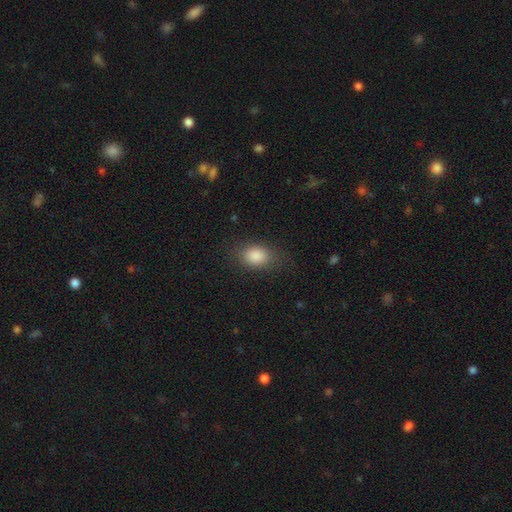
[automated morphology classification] Smooth or featured? Predicted: smooth (p=0.85). How rounded? Predicted: in between (p=0.79). Merging? Predicted: none (p=0.80).